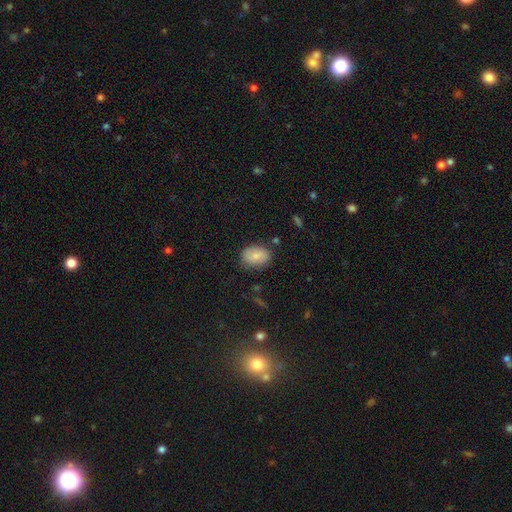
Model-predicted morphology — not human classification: Smooth or featured?
  - smooth: 77% *
  - featured or disk: 15%
  - star or artifact: 8%
How rounded?
  - in between: 75% *
  - round: 23%
  - cigar-shaped: 1%
Merging?
  - none: 79% *
  - minor disturbance: 15%
  - major disturbance: 4%
  - merger: 2%